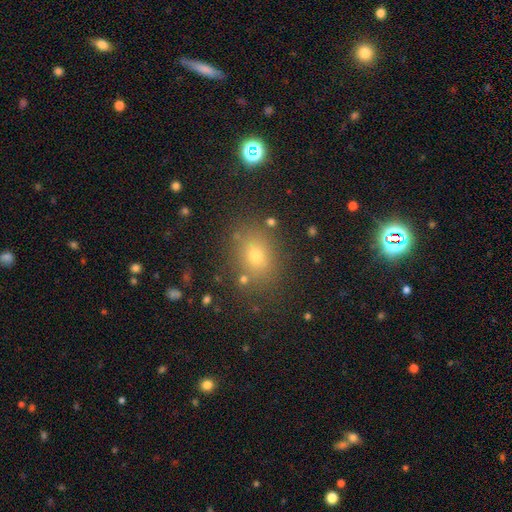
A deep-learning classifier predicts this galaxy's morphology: type=smooth (73%); roundness=in between (55%); merging=none (79%).